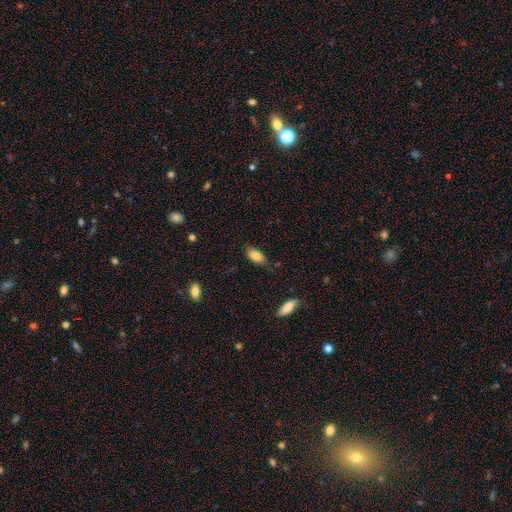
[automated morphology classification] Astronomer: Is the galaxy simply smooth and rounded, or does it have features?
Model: smooth — 84%.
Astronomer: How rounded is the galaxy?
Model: in between — 89%.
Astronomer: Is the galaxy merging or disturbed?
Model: none — 71%.